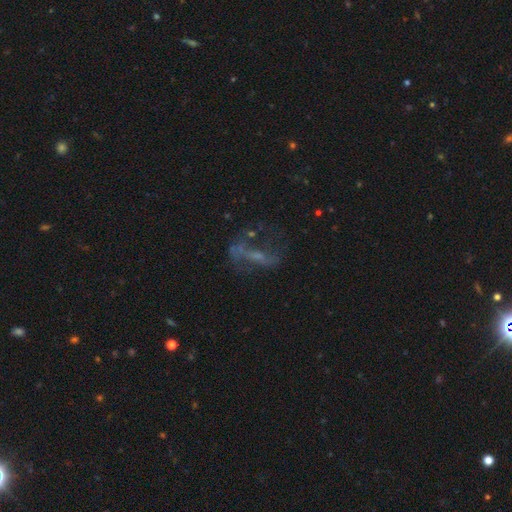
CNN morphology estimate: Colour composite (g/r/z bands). It shows a featured or disk galaxy (61%) with no bar (43%), no spiral arms (51%) and a small central bulge (48%). Merging: none (47%).